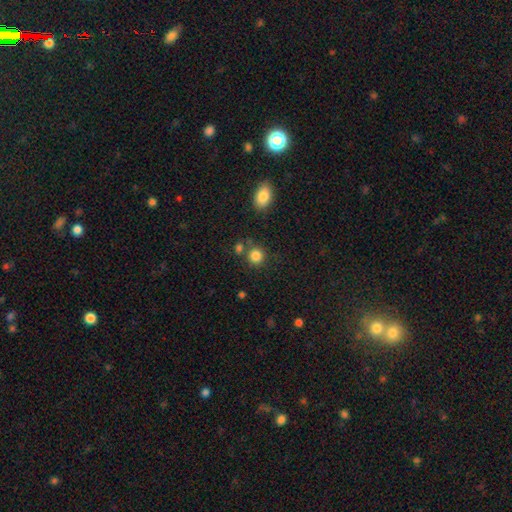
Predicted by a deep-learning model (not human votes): A smooth galaxy with no disk features (84%) that is round (86%). Merging: none (74%).